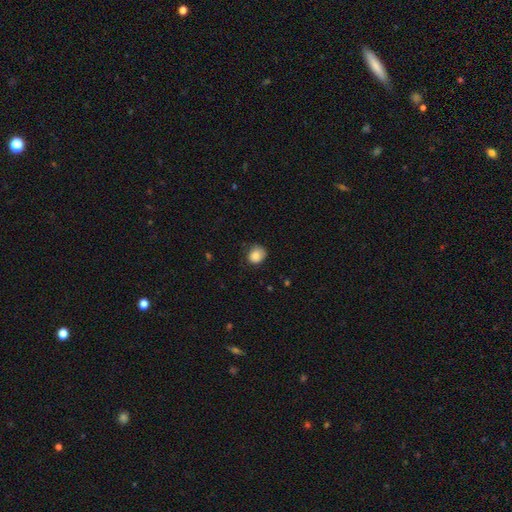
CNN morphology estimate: A smooth galaxy with no disk features (85%) that is round (76%). Merging: none (64%).